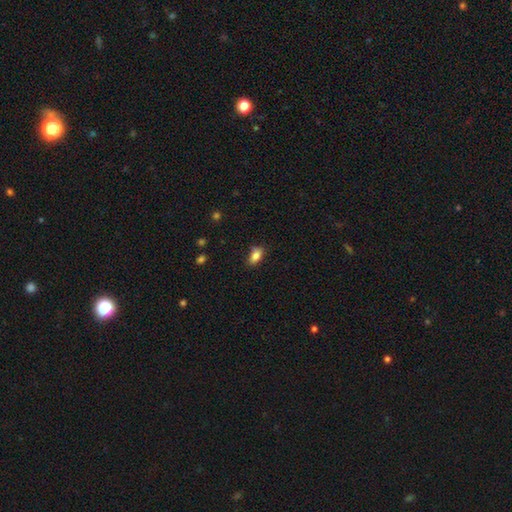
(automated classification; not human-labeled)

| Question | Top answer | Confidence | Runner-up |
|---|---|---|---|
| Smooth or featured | smooth | 84% | star or artifact (9%) |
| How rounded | in between | 88% | round (7%) |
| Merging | none | 75% | minor disturbance (19%) |